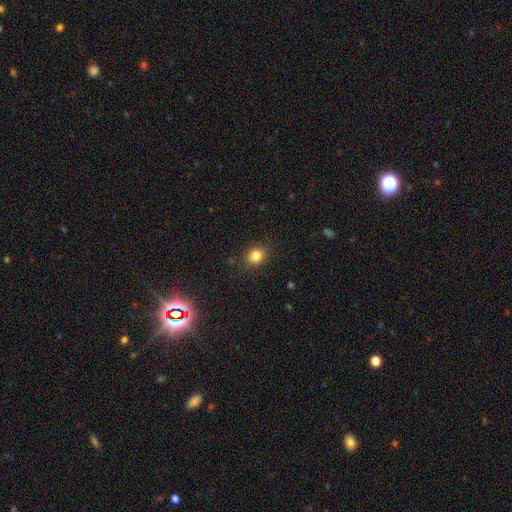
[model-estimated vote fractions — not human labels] smooth_or_featured: smooth (p=0.83) [alt: star or artifact p=0.12]
how_rounded: round (p=0.64) [alt: in between p=0.35]
merging: none (p=0.86) [alt: minor disturbance p=0.10]